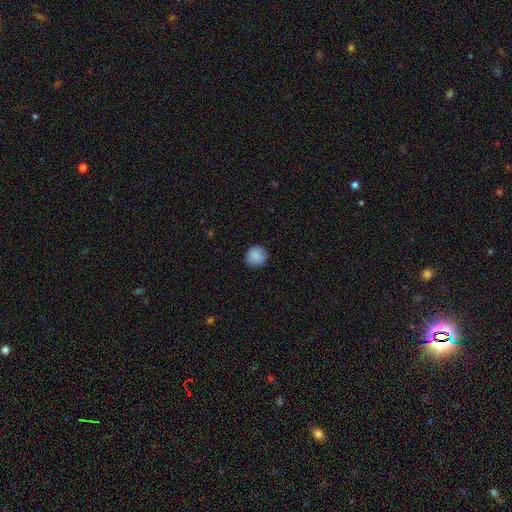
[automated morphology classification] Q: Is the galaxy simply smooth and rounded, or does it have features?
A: smooth — 88%.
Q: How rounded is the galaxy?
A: round — 92%.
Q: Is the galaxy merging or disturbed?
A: none — 89%.